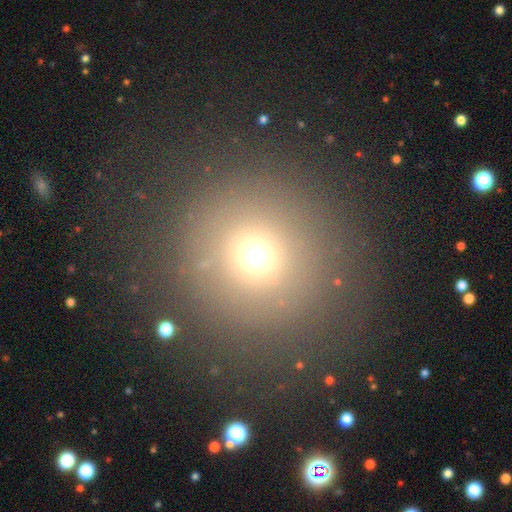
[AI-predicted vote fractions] smooth 67%, star or artifact 23%, featured or disk 10%. Down the decision tree: how rounded — round (95%); merging — none (84%).